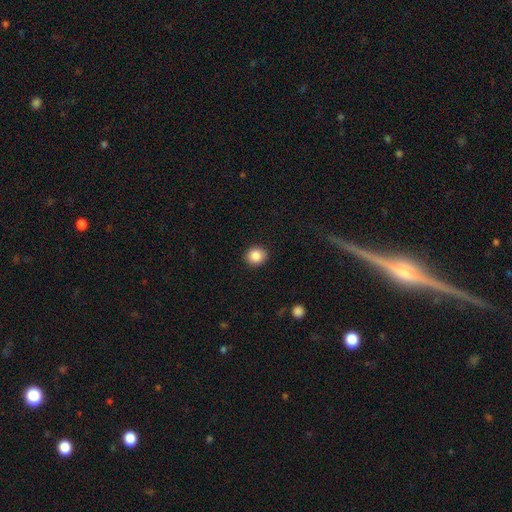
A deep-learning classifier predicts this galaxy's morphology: Smooth or featured? smooth (87%)
How rounded? round (81%)
Merging? none (91%)